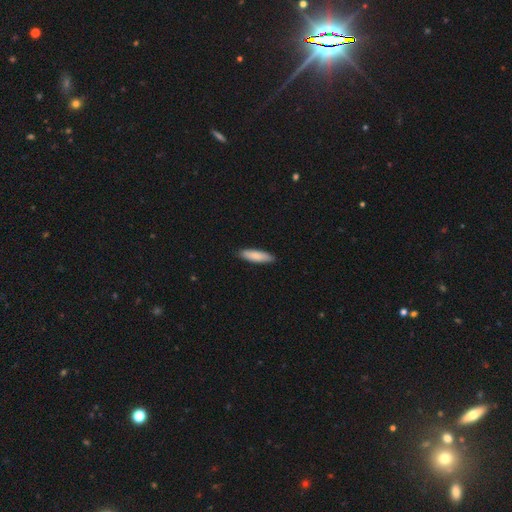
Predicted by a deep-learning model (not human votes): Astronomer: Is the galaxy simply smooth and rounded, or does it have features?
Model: smooth — 84%.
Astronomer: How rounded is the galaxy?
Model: cigar-shaped — 62%.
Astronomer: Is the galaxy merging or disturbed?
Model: none — 88%.